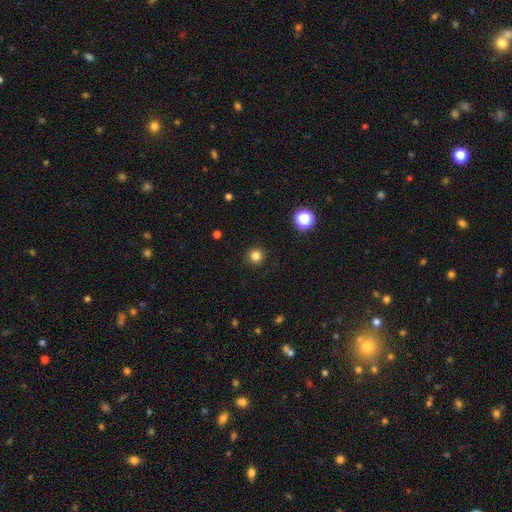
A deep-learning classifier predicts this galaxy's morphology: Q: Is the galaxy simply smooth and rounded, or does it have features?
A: smooth — 82%.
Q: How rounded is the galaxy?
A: round — 94%.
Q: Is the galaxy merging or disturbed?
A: none — 91%.